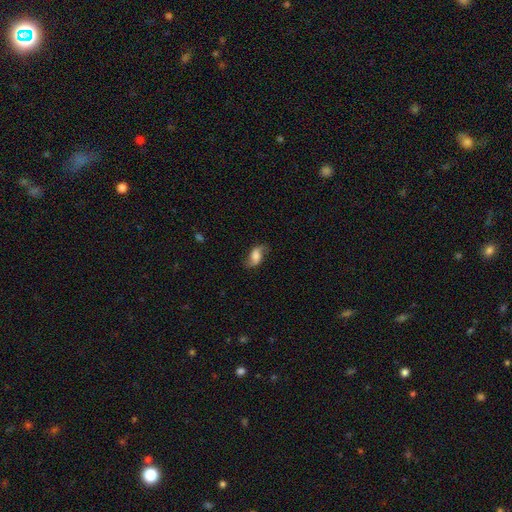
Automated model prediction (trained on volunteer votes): Smooth or featured?
  - smooth: 47% *
  - featured or disk: 43%
  - star or artifact: 9%
Merging?
  - none: 69% *
  - minor disturbance: 21%
  - major disturbance: 9%
  - merger: 1%